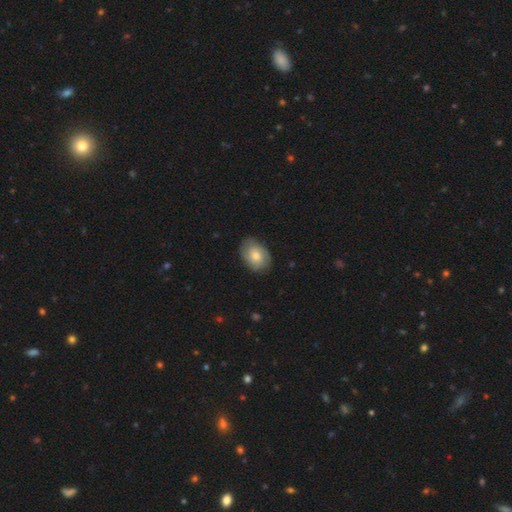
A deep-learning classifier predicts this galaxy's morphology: smooth_or_featured: smooth (p=0.60) [alt: featured or disk p=0.33]
how_rounded: in between (p=0.73) [alt: round p=0.26]
merging: none (p=0.79) [alt: minor disturbance p=0.17]